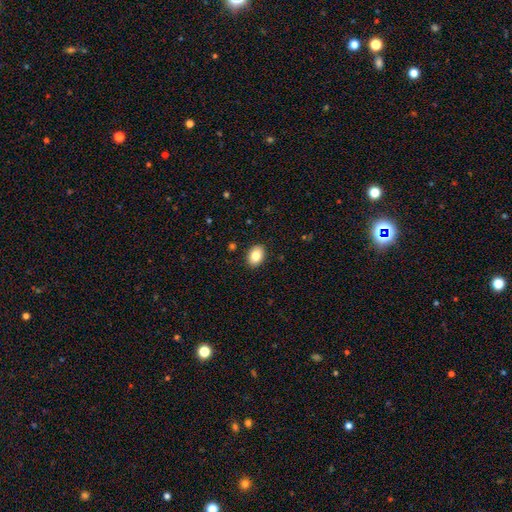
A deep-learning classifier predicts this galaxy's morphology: Smooth or featured? smooth (84%)
How rounded? in between (77%)
Merging? none (90%)